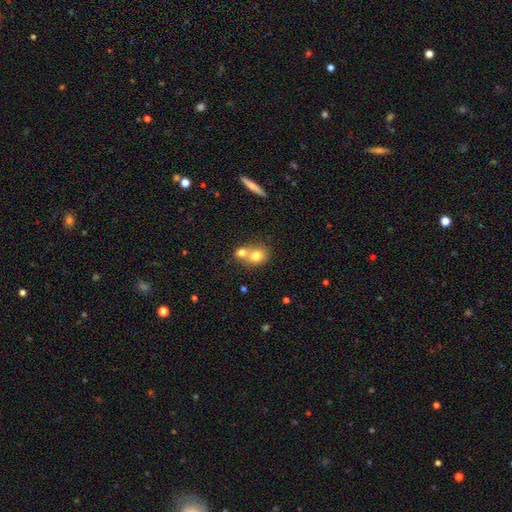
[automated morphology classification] Smooth or featured? smooth (74%)
How rounded? round (69%)
Merging? merger (59%)